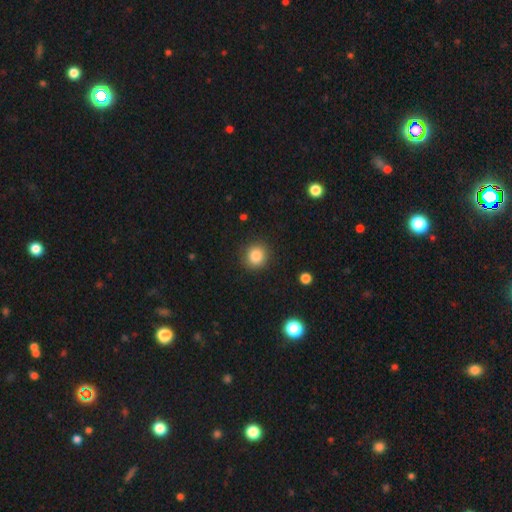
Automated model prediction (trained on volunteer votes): smooth_or_featured: smooth (p=0.85) [alt: star or artifact p=0.10]
how_rounded: round (p=0.90) [alt: in between p=0.09]
merging: none (p=0.89) [alt: minor disturbance p=0.07]